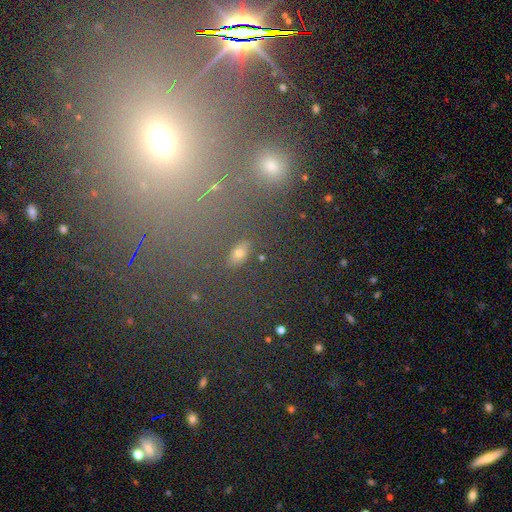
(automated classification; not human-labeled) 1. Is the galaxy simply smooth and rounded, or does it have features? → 57% star or artifact, 33% smooth, 10% featured or disk.